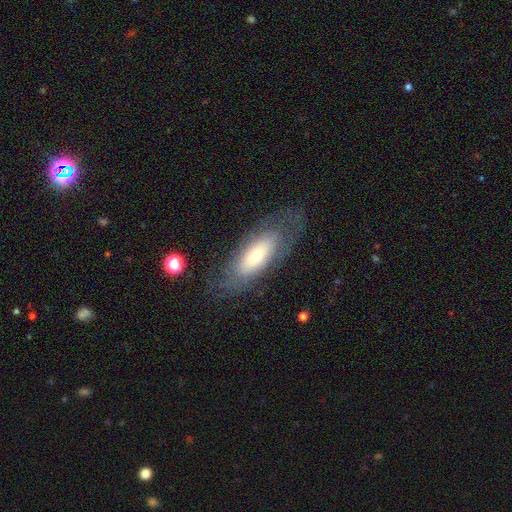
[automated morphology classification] type=smooth (47%); merging=none (70%).